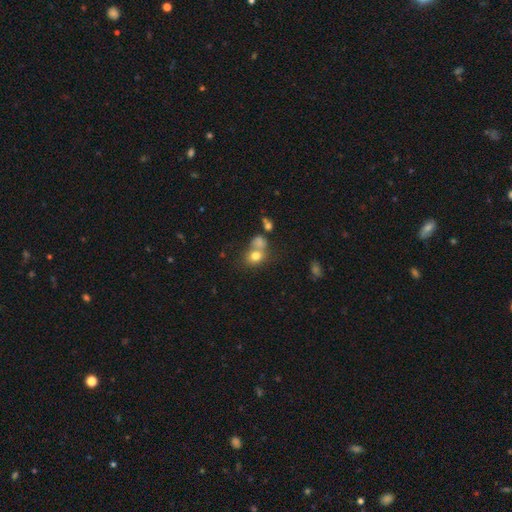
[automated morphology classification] Smooth or featured? smooth (76%)
How rounded? round (63%)
Merging? none (42%)